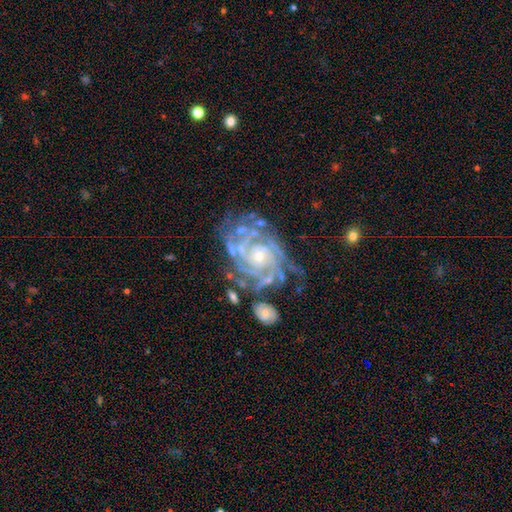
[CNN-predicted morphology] smooth-or-featured: featured or disk: 85% | star or artifact: 9% | smooth: 6%
  disk-edge-on: no: 97% | yes: 3%
    bar: no: 73% | weak: 20% | strong: 7%
    has-spiral-arms: yes: 95% | no: 5%
      spiral-winding: tight: 73% | medium: 22% | loose: 5%
      spiral-arm-count: can't tell: 32% | 4: 19% | 3: 15% | more than 4: 14% | 2: 13% | 1: 7%
    bulge-size: small: 66% | moderate: 29% | none: 2% | large: 2% | dominant: 1%
  merging: none: 63% | minor disturbance: 20% | major disturbance: 11% | merger: 7%